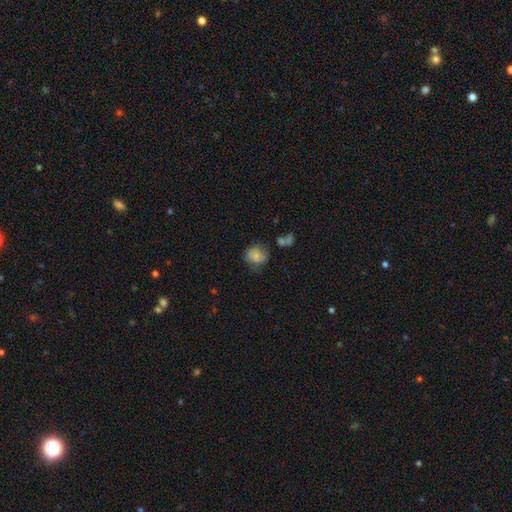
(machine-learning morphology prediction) A smooth galaxy with no disk features (64%) that is round (63%).

Vote fractions:
- Smooth or featured? smooth: 64% / featured or disk: 25% / star or artifact: 11%
- How rounded? round: 63% / in between: 36% / cigar-shaped: 1%
- Merging? none: 47% / minor disturbance: 27% / major disturbance: 15% / merger: 11%